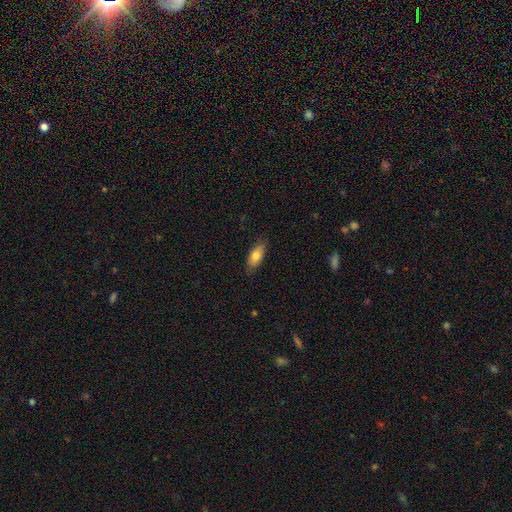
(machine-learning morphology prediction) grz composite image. It shows a smooth galaxy with no disk features (77%) that is in between round and cigar-shaped (81%). Merging: none (82%).